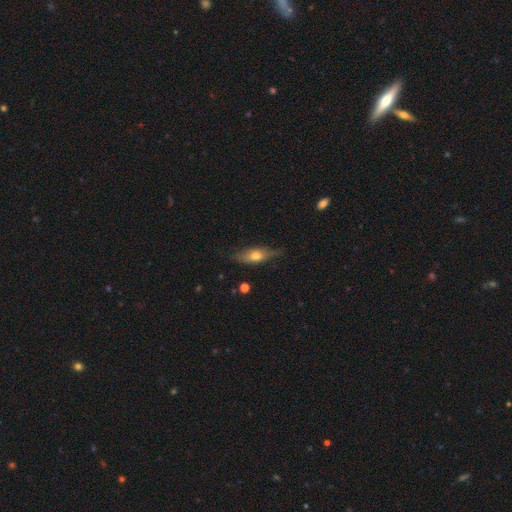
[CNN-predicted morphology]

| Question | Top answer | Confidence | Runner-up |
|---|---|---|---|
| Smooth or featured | smooth | 52% | featured or disk (41%) |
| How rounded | in between | 55% | cigar-shaped (41%) |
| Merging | none | 68% | minor disturbance (25%) |